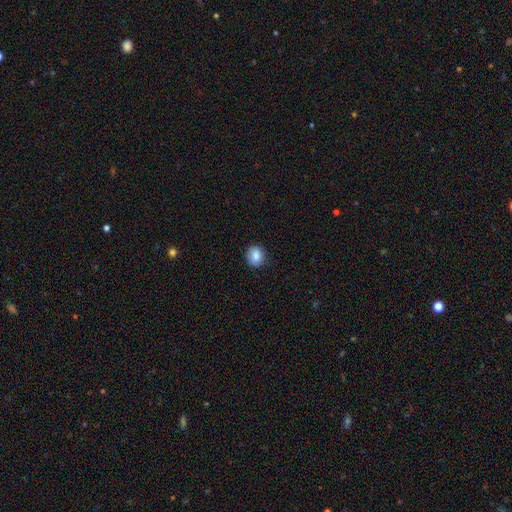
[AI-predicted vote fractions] This is clearly a smooth galaxy (84%). How rounded: likely round (69%). Merging: clearly none (86%).